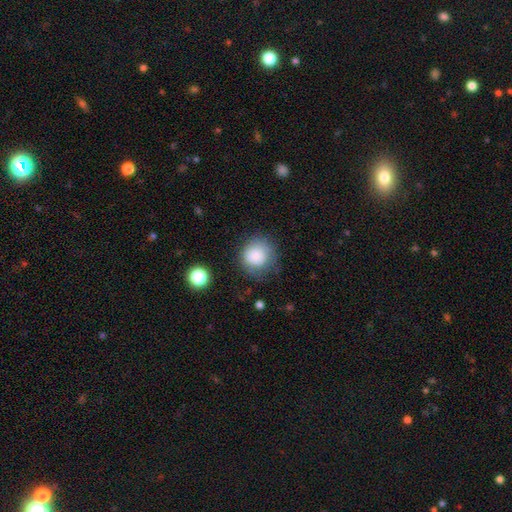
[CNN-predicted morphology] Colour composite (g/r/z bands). It shows a smooth galaxy with no disk features (84%) that is round (89%). Merging: none (68%).